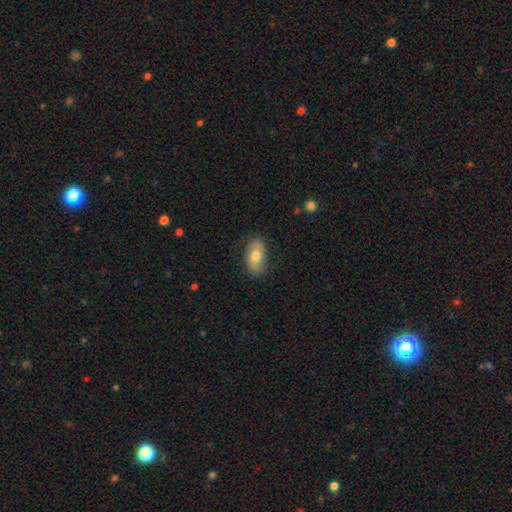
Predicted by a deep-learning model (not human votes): The model was most divided on "smooth or featured": smooth: 63%, featured or disk: 30%, star or artifact: 7%. More confident: how rounded — in between (91%); merging — none (80%).